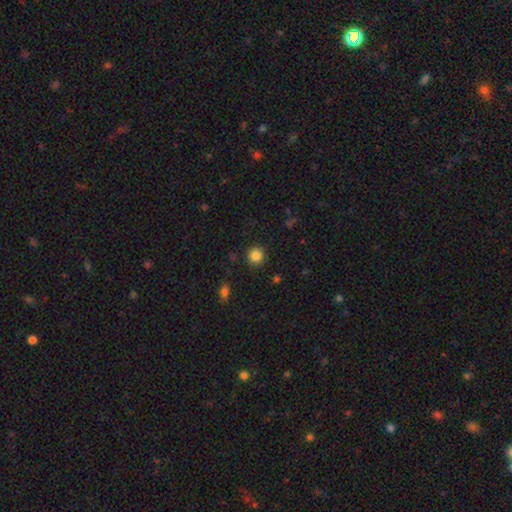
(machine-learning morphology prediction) Smooth or featured? Predicted: smooth (p=0.84). How rounded? Predicted: round (p=0.93). Merging? Predicted: none (p=0.90).